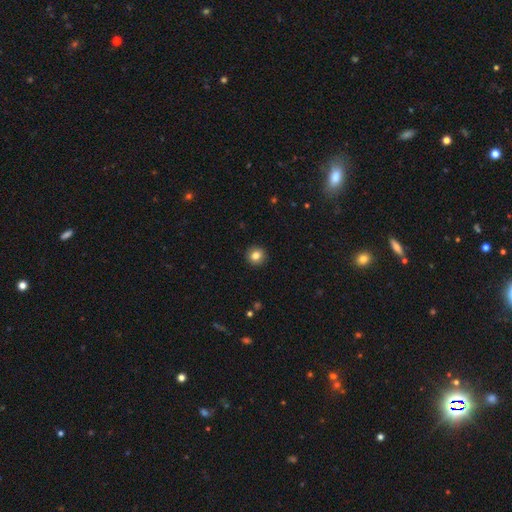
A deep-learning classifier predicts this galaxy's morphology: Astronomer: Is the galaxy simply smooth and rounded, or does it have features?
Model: smooth — 82%.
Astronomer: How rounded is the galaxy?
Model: round — 92%.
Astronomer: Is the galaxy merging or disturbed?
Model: none — 92%.